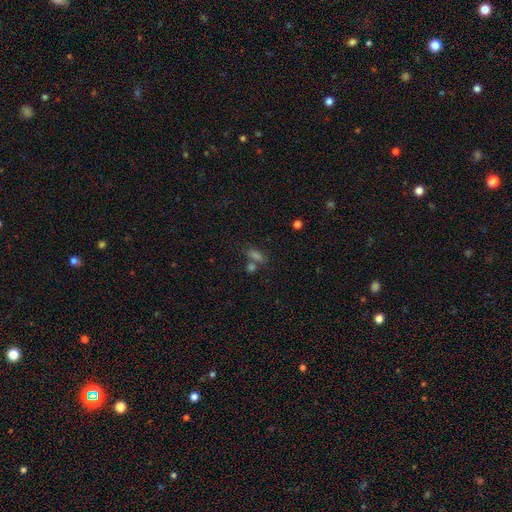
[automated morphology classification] Smooth or featured? smooth (57%)
How rounded? in between (71%)
Merging? none (54%)